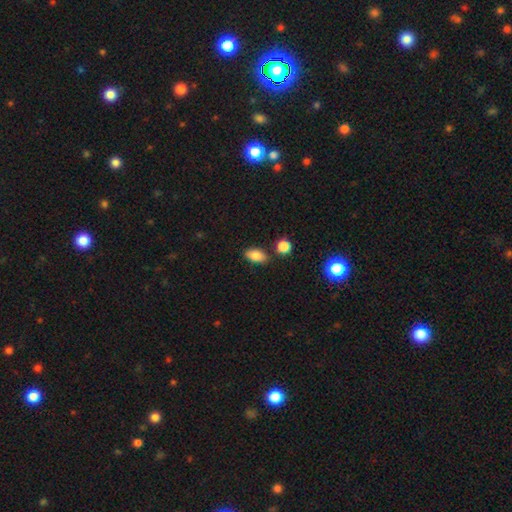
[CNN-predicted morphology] Smooth or featured? smooth (83%)
How rounded? in between (88%)
Merging? none (80%)